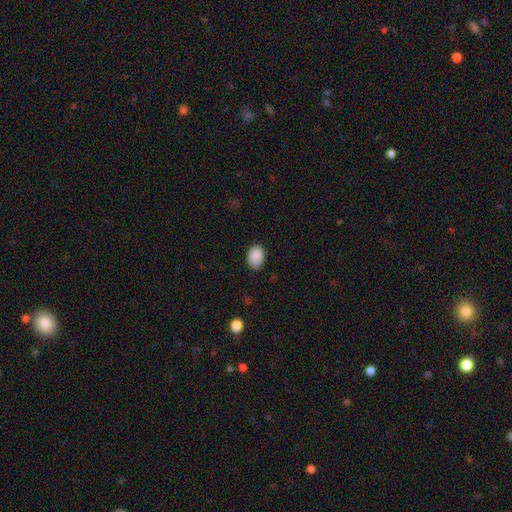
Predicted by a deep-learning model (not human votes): smooth-or-featured: smooth: 88% | star or artifact: 7% | featured or disk: 5%
  how-rounded: in between: 81% | round: 18% | cigar-shaped: 1%
  merging: none: 79% | minor disturbance: 17% | major disturbance: 3% | merger: 1%